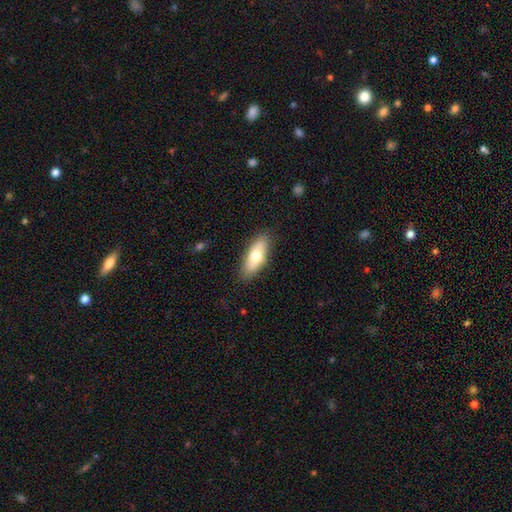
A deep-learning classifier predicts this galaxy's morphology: smooth_or_featured: smooth (p=0.67) [alt: featured or disk p=0.27]
how_rounded: in between (p=0.70) [alt: cigar-shaped p=0.27]
merging: none (p=0.85) [alt: minor disturbance p=0.11]